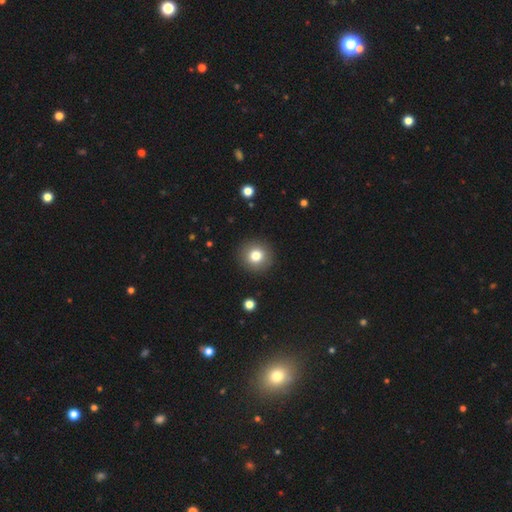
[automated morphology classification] Smooth or featured? Predicted: smooth (p=0.79). How rounded? Predicted: round (p=0.94). Merging? Predicted: none (p=0.92).